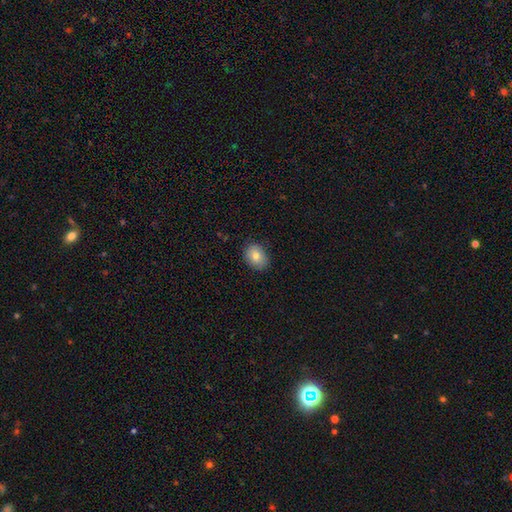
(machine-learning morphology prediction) A smooth galaxy with no disk features (83%) that is in between round and cigar-shaped (65%).

Vote fractions:
- Smooth or featured? smooth: 83% / featured or disk: 9% / star or artifact: 8%
- How rounded? in between: 65% / round: 34% / cigar-shaped: 1%
- Merging? none: 84% / minor disturbance: 13% / major disturbance: 2% / merger: 1%